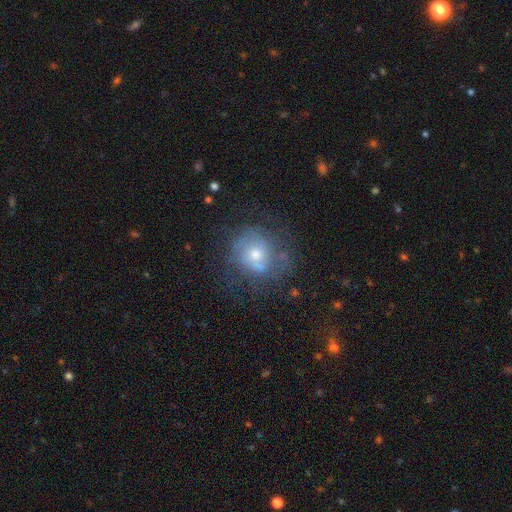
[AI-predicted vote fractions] The model was most divided on "bulge size": moderate: 57%, small: 35%, large: 5%, none: 2%, dominant: 1%. More confident: edge-on disk — no (97%); bar — no (76%); spiral arms — yes (67%); merging — none (60%); smooth or featured — featured or disk (55%).